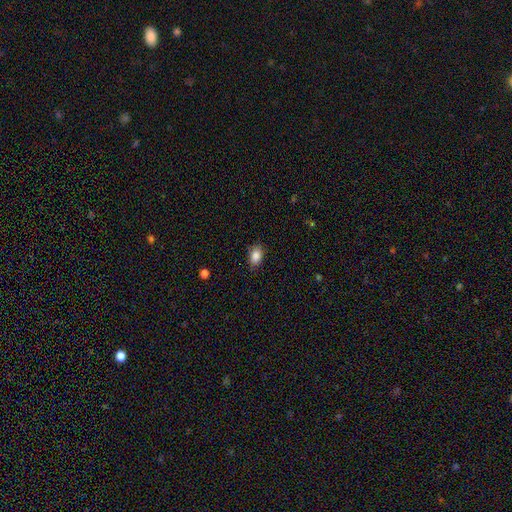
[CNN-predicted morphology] The model was most divided on "how rounded": in between: 82%, round: 17%, cigar-shaped: 2%. More confident: smooth or featured — smooth (87%); merging — none (84%).